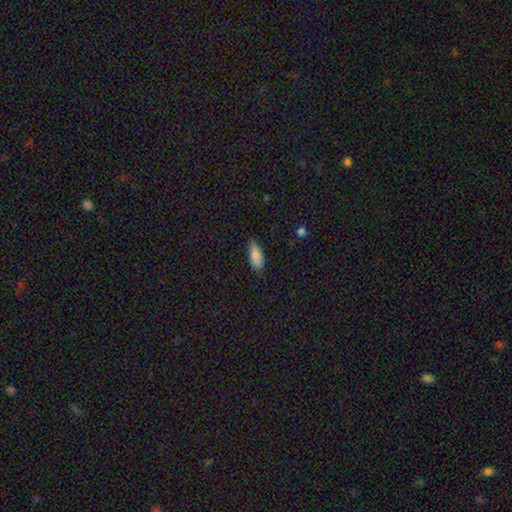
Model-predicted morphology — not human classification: Smooth or featured: smooth — 85% (featured or disk — 8%)
How rounded: in between — 82% (cigar-shaped — 16%)
Merging: none — 72% (minor disturbance — 23%)